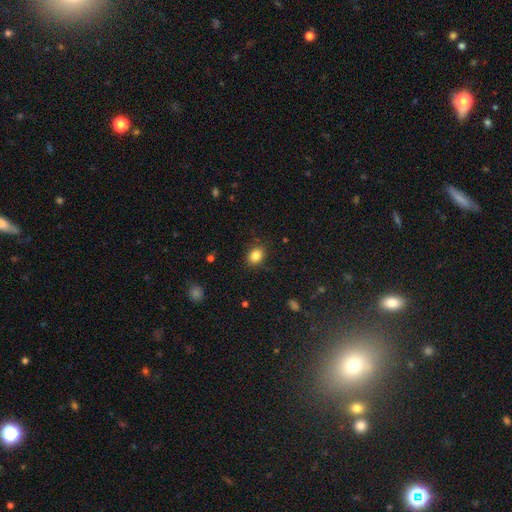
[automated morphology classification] Overall: smooth (84%). How rounded: in between (52%; round 47%). Merging: none (84%).